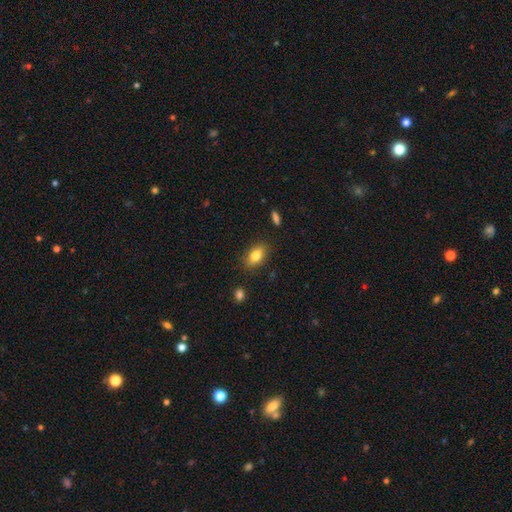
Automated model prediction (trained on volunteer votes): Morphology: type=smooth (80%); roundness=in between (85%); merging=none (84%).